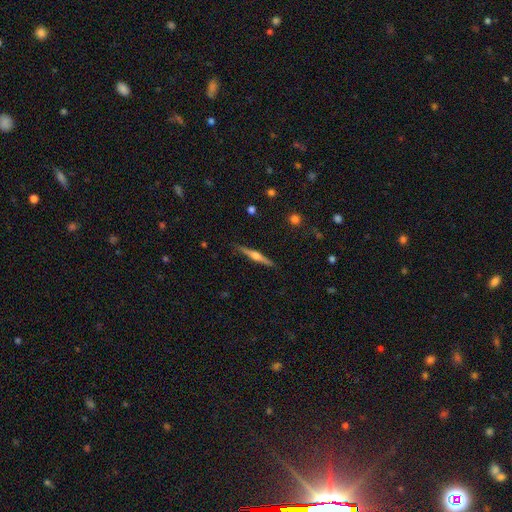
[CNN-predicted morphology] The model was most divided on "smooth or featured": featured or disk: 69%, smooth: 25%, star or artifact: 6%. More confident: edge-on disk — yes (98%); merging — none (89%); edge-on bulge — rounded (89%).